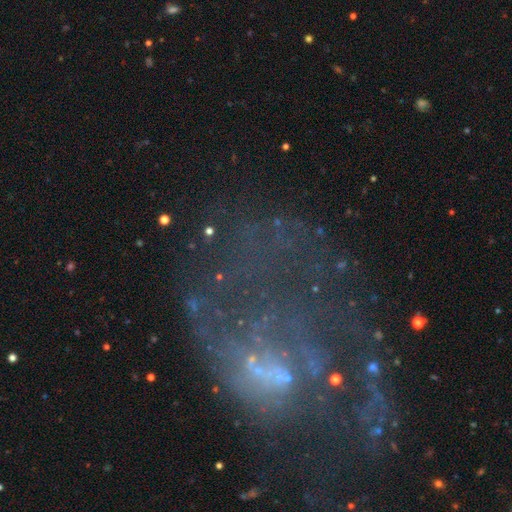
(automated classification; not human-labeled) Smooth or featured? featured or disk (62%)
Edge-on disk? no (97%)
Bar? no (64%)
Spiral arms? no (57%)
Bulge size? none (52%)
Merging? major disturbance (47%)